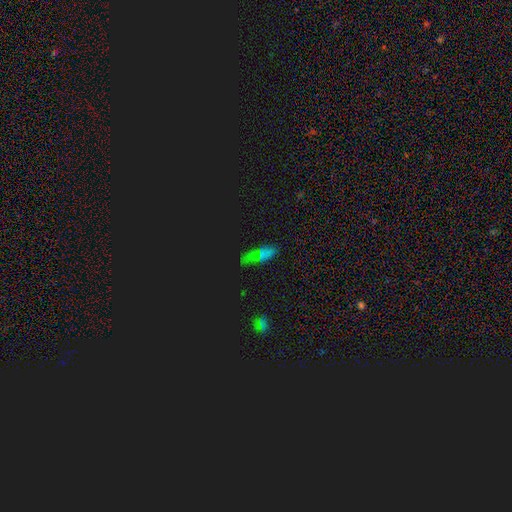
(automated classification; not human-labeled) This is possibly a smooth galaxy (50%). Merging: likely none (75%).